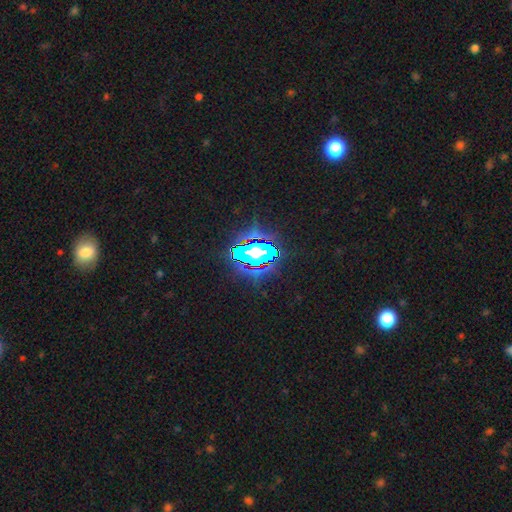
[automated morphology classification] This is clearly a star or artifact rather than a galaxy (80%).